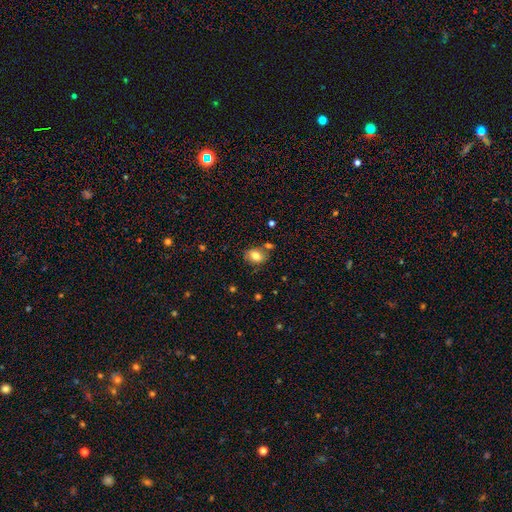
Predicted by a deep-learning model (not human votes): The model was most divided on "how rounded": in between: 68%, round: 31%, cigar-shaped: 1%. More confident: smooth or featured — smooth (77%); merging — none (69%).